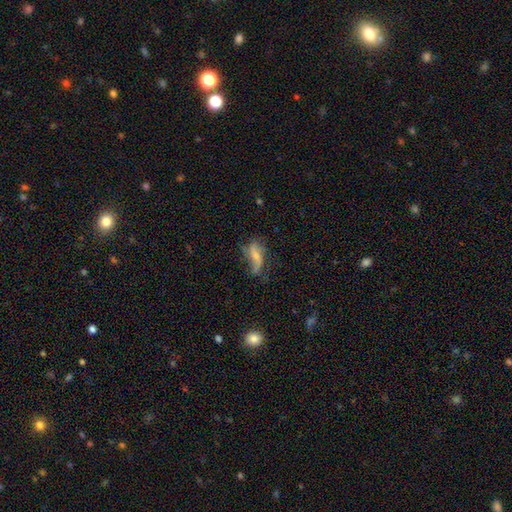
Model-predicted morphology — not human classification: Overall: featured or disk (51%; smooth 39%). Edge-on disk: no (87%). Merging: none (39%; major disturbance 29%).